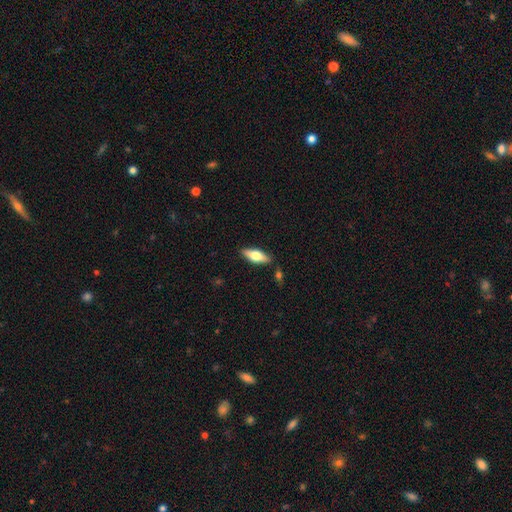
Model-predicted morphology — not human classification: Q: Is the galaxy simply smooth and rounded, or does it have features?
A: smooth — 57%.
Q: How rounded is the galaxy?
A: in between — 67%.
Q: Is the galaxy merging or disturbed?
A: none — 84%.